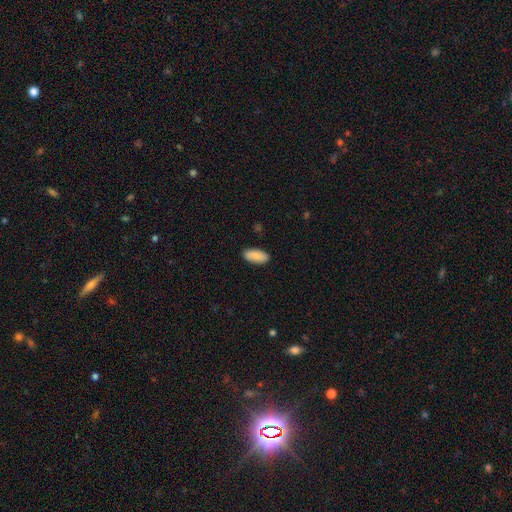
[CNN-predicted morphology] This appears to be a smooth galaxy with no disk features (88%) that is in between round and cigar-shaped (91%). Merging: none (88%).